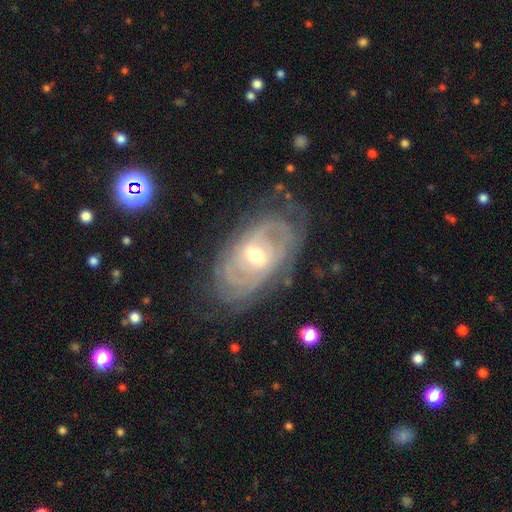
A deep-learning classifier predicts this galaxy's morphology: Overall: featured or disk (85%). Edge-on disk: no (93%). Bar: weak (48%; no 34%). Spiral arms: yes (91%). Spiral arm count: can't tell (46%; 2 22%). Spiral winding: tight (72%). Bulge size: moderate (64%; small 30%). Merging: none (71%).